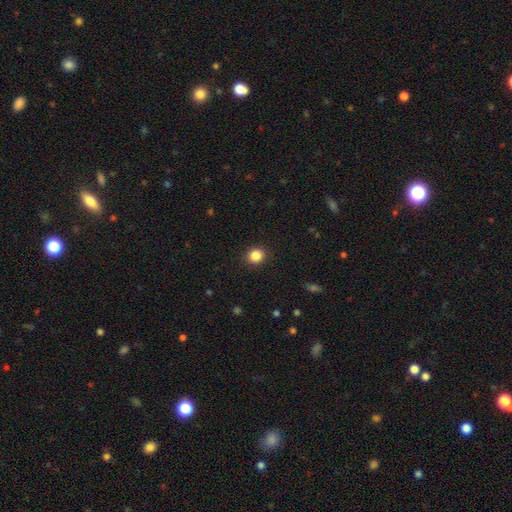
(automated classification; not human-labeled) Morphology: type=smooth (86%); roundness=round (85%); merging=none (91%).